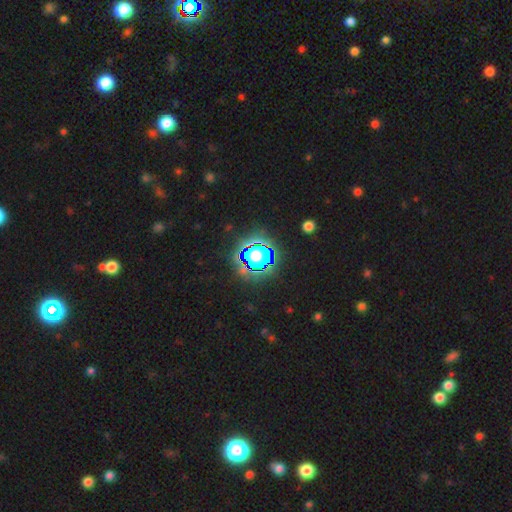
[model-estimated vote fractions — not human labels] Smooth or featured? Predicted: star or artifact (p=0.61).